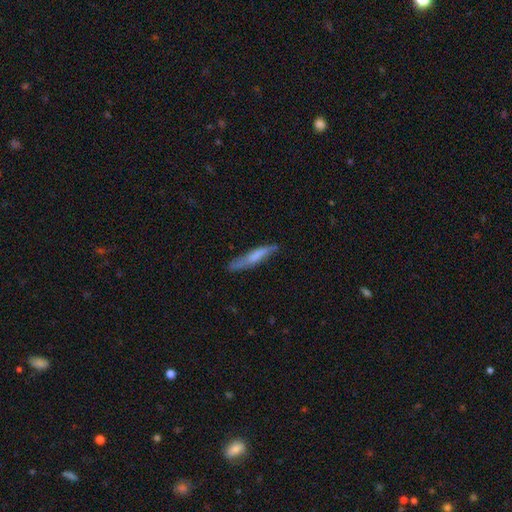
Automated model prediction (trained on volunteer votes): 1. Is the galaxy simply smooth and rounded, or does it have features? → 61% smooth, 33% featured or disk, 6% star or artifact.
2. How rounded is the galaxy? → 90% cigar-shaped, 8% in between, 1% round.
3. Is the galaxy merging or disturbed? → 72% none, 21% minor disturbance, 5% major disturbance, 2% merger.